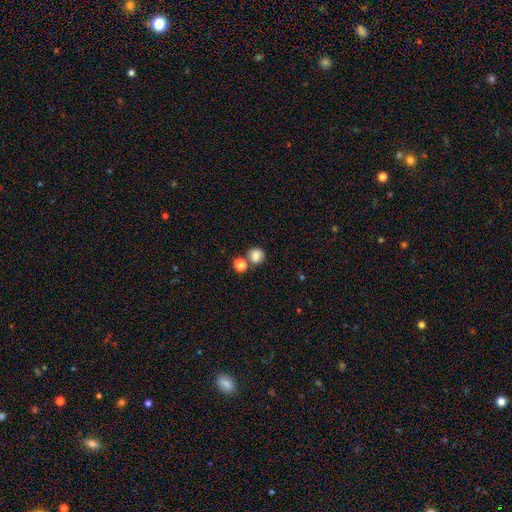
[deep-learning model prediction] Q: Smooth or featured?
A: smooth (83%); runner-up: star or artifact (11%)
Q: How rounded?
A: round (80%); runner-up: in between (19%)
Q: Merging?
A: none (59%); runner-up: merger (26%)